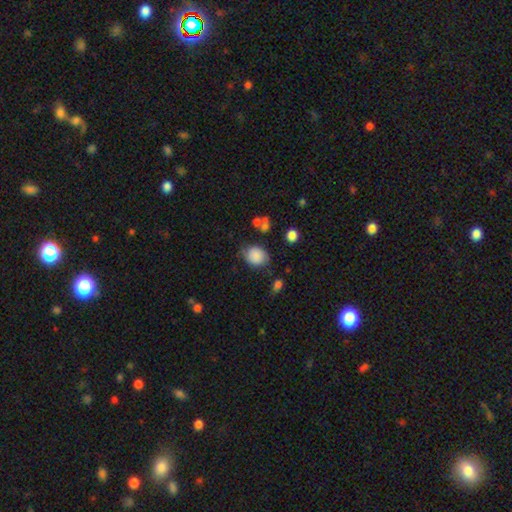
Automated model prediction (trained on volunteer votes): The model was most divided on "how rounded": round: 61%, in between: 38%, cigar-shaped: 1%. More confident: smooth or featured — smooth (80%); merging — none (65%).